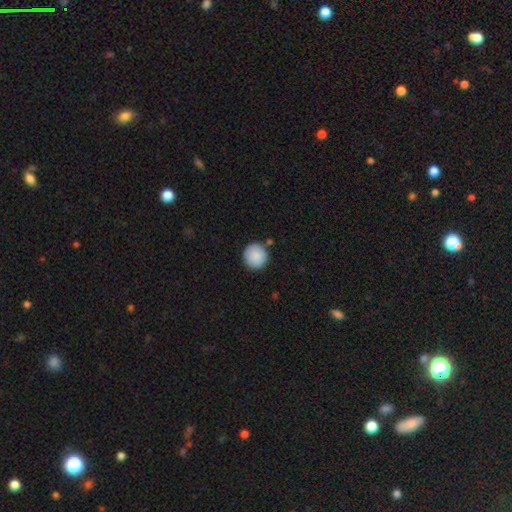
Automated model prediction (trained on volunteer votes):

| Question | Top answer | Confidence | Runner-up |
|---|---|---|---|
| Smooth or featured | smooth | 89% | star or artifact (7%) |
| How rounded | round | 94% | in between (5%) |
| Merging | none | 86% | minor disturbance (9%) |